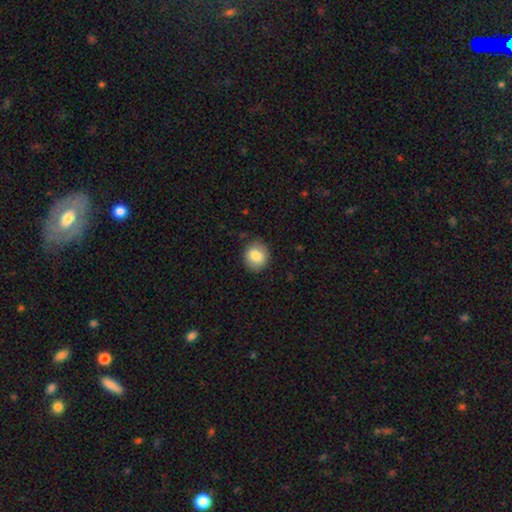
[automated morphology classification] smooth-or-featured: smooth: 83% | featured or disk: 9% | star or artifact: 8%
  how-rounded: round: 77% | in between: 22% | cigar-shaped: 1%
  merging: none: 86% | minor disturbance: 10% | major disturbance: 3% | merger: 1%